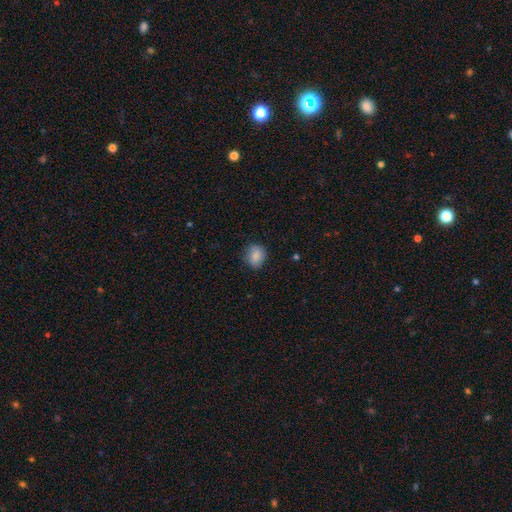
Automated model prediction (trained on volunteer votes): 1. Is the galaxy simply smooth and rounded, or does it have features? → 85% smooth, 8% star or artifact, 7% featured or disk.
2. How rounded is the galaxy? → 60% round, 39% in between, 1% cigar-shaped.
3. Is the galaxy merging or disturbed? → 78% none, 17% minor disturbance, 4% major disturbance, 1% merger.